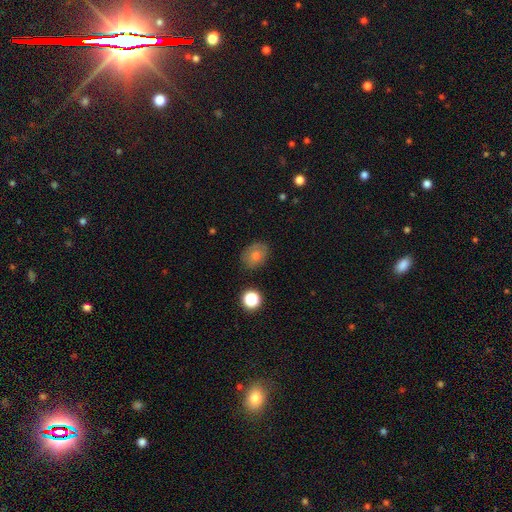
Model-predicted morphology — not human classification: smooth_or_featured: smooth (p=0.67) [alt: featured or disk p=0.20]
how_rounded: in between (p=0.52) [alt: round p=0.47]
merging: none (p=0.80) [alt: minor disturbance p=0.14]